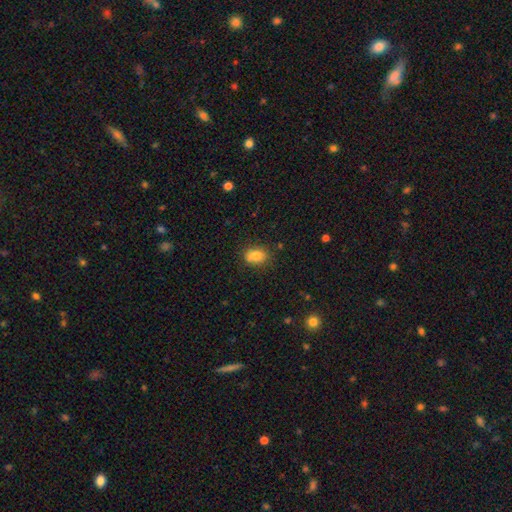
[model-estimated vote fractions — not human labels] The model was most divided on "how rounded": in between: 71%, round: 27%, cigar-shaped: 2%. More confident: smooth or featured — smooth (78%); merging — none (66%).